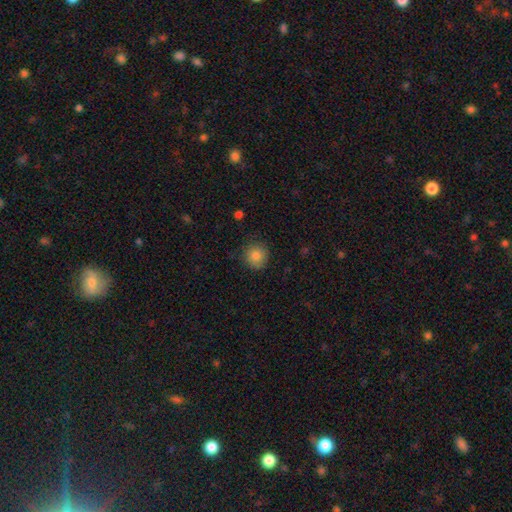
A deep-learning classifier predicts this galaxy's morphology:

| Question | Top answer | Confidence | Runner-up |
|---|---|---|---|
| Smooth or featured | smooth | 85% | star or artifact (10%) |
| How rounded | round | 91% | in between (8%) |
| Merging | none | 84% | minor disturbance (12%) |